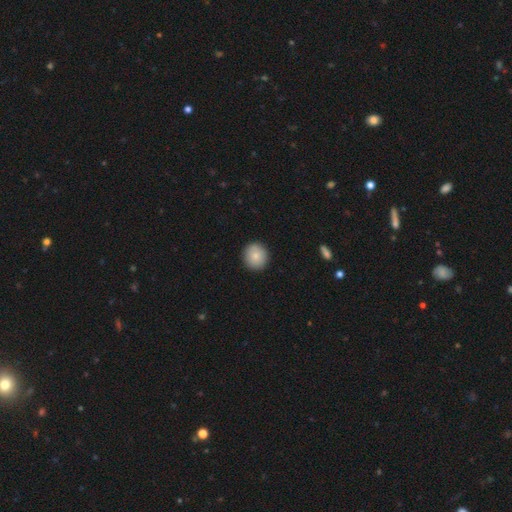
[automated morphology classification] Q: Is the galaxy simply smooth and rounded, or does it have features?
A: smooth — 85%.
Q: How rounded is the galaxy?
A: round — 90%.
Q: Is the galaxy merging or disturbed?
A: none — 91%.